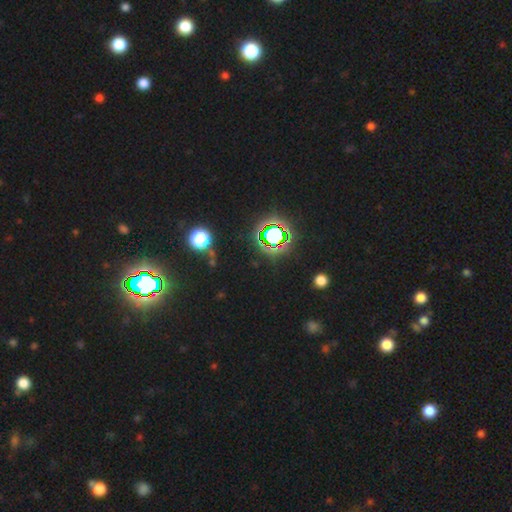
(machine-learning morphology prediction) This appears to be a star or artifact, not a galaxy (81%).